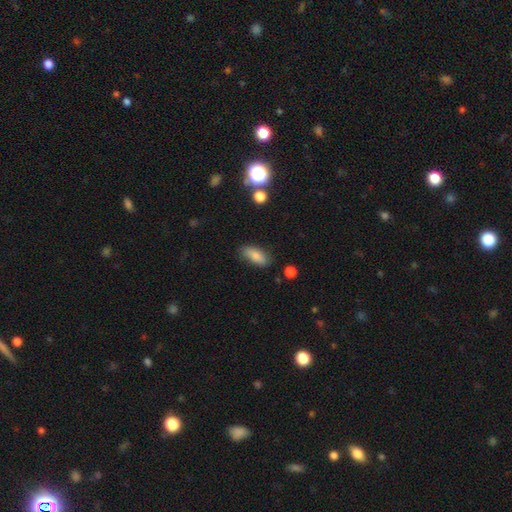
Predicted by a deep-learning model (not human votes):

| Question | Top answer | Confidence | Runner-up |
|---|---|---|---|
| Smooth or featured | smooth | 83% | featured or disk (9%) |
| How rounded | in between | 78% | cigar-shaped (19%) |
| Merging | none | 81% | minor disturbance (14%) |